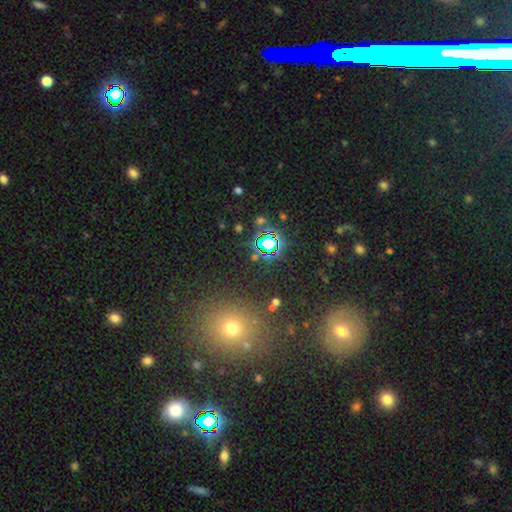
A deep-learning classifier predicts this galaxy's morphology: Overall: star or artifact (65%; smooth 25%).